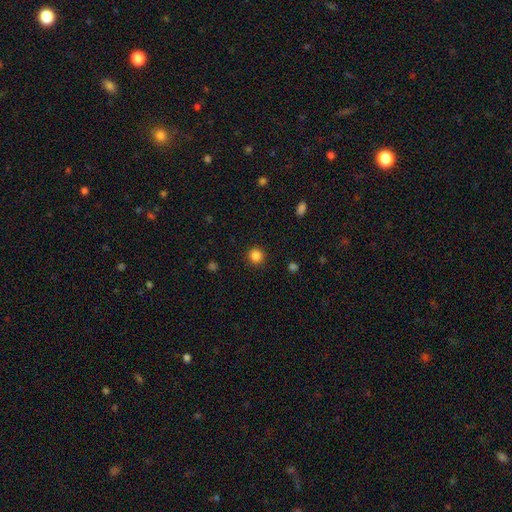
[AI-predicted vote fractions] Smooth or featured?
  - smooth: 85% *
  - star or artifact: 12%
  - featured or disk: 4%
How rounded?
  - round: 94% *
  - in between: 6%
  - cigar-shaped: 1%
Merging?
  - none: 91% *
  - minor disturbance: 5%
  - major disturbance: 2%
  - merger: 1%